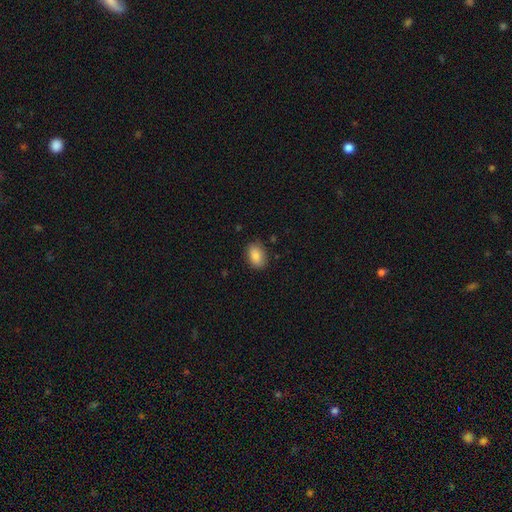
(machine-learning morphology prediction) smooth 86%, star or artifact 7%, featured or disk 7%. Down the decision tree: how rounded — in between (84%); merging — none (81%).